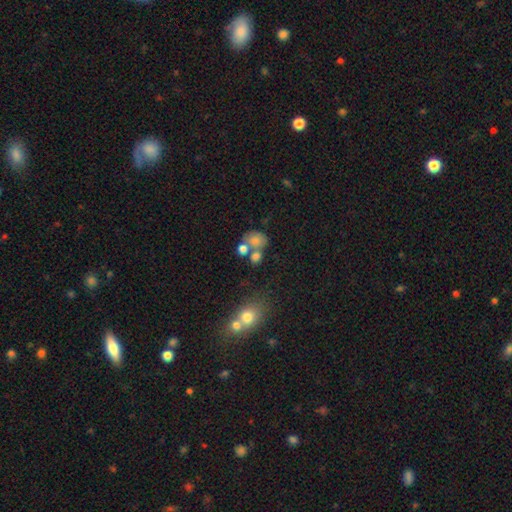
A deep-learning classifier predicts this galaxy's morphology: type=smooth (72%); roundness=round (64%); merging=merger (43%).